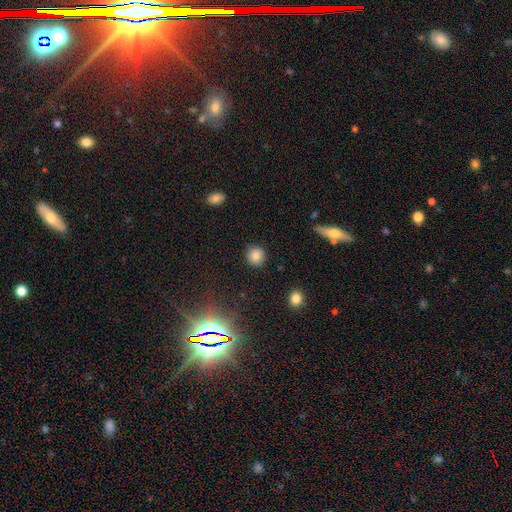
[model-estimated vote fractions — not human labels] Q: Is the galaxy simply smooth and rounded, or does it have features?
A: smooth — 80%.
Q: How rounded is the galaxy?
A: round — 91%.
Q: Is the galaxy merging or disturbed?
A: none — 88%.